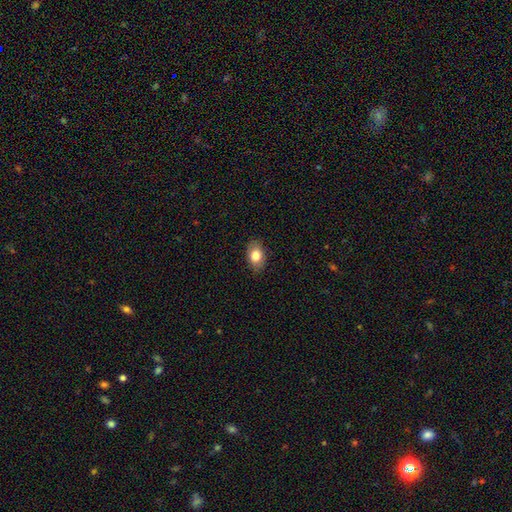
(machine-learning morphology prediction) Smooth or featured?
  - smooth: 80% *
  - featured or disk: 12%
  - star or artifact: 8%
How rounded?
  - in between: 84% *
  - round: 14%
  - cigar-shaped: 1%
Merging?
  - none: 84% *
  - minor disturbance: 12%
  - major disturbance: 3%
  - merger: 1%